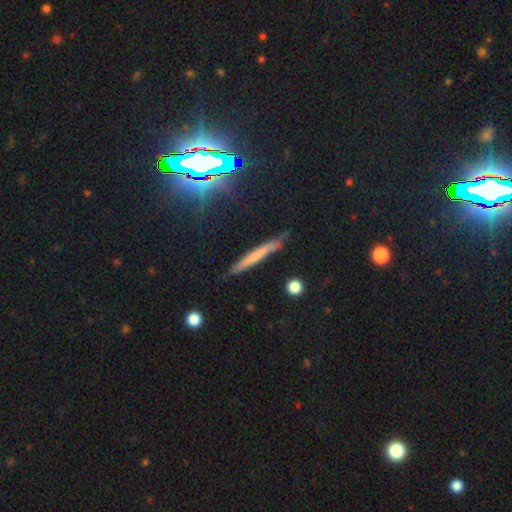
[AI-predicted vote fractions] smooth 52%, featured or disk 37%, star or artifact 11%. Down the decision tree: how rounded — cigar-shaped (95%); merging — none (82%).